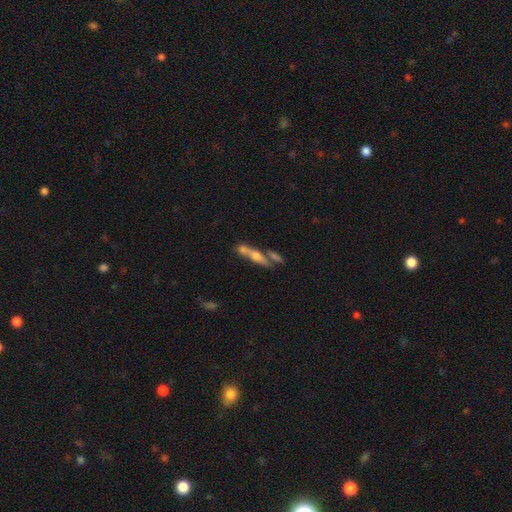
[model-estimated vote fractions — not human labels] Smooth or featured? featured or disk (56%)
Edge-on disk? yes (75%)
Merging? none (42%)